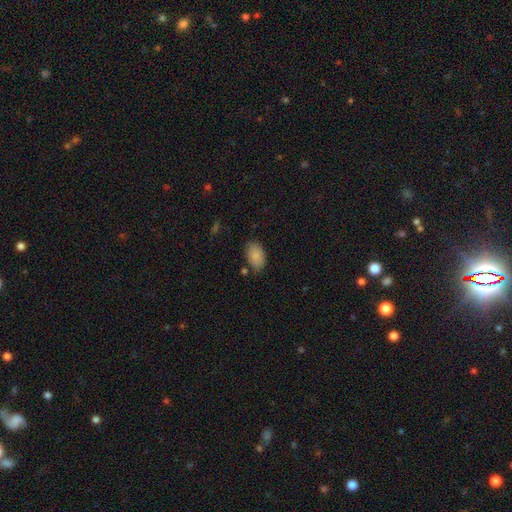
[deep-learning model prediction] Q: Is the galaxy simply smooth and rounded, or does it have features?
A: smooth — 87%.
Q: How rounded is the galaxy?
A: in between — 90%.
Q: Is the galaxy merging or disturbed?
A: none — 75%.